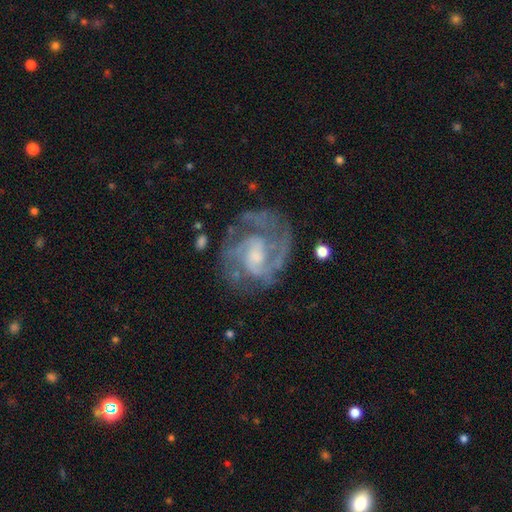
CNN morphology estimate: smooth-or-featured: featured or disk: 87% | smooth: 7% | star or artifact: 6%
  disk-edge-on: no: 98% | yes: 2%
    bar: no: 49% | weak: 43% | strong: 9%
    has-spiral-arms: yes: 95% | no: 5%
      spiral-winding: medium: 48% | tight: 41% | loose: 11%
      spiral-arm-count: 2: 48% | 3: 21% | can't tell: 17% | 1: 5% | 4: 5% | more than 4: 4%
    bulge-size: moderate: 41% | small: 39% | none: 12% | large: 7% | dominant: 1%
  merging: none: 65% | minor disturbance: 18% | major disturbance: 15% | merger: 2%